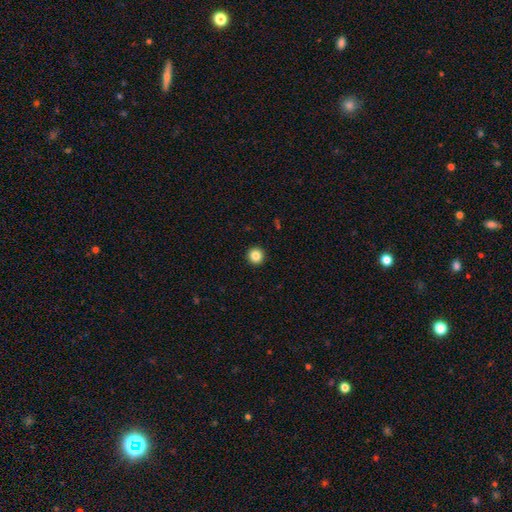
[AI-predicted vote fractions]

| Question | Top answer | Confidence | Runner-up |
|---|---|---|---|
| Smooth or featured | smooth | 85% | star or artifact (11%) |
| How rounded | round | 96% | in between (3%) |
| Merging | none | 94% | minor disturbance (4%) |